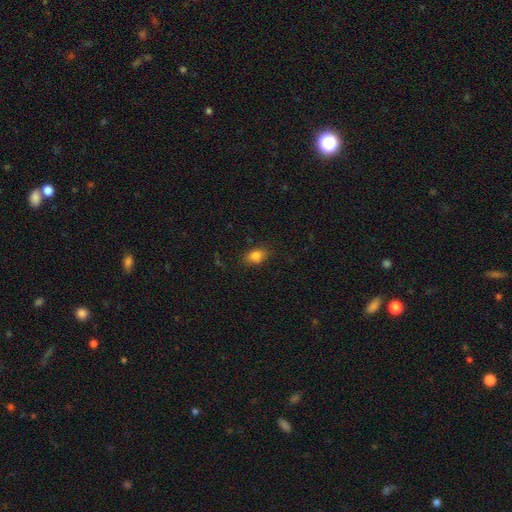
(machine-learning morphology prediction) A smooth galaxy with no disk features (83%) that is in between round and cigar-shaped (76%).

Vote fractions:
- Smooth or featured? smooth: 83% / star or artifact: 10% / featured or disk: 6%
- How rounded? in between: 76% / round: 22% / cigar-shaped: 2%
- Merging? none: 81% / minor disturbance: 14% / major disturbance: 4% / merger: 1%